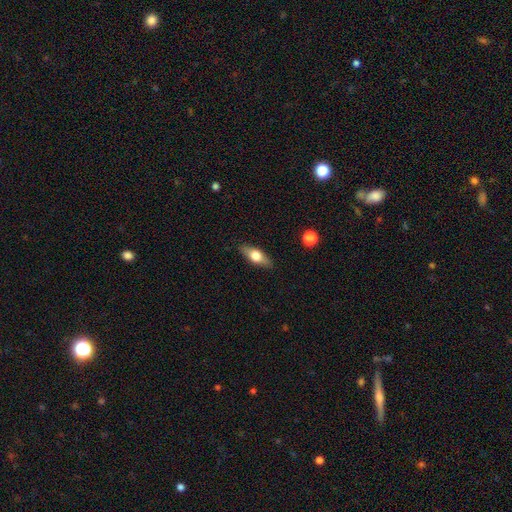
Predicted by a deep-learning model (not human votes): Smooth or featured? smooth (58%)
How rounded? in between (69%)
Merging? none (87%)